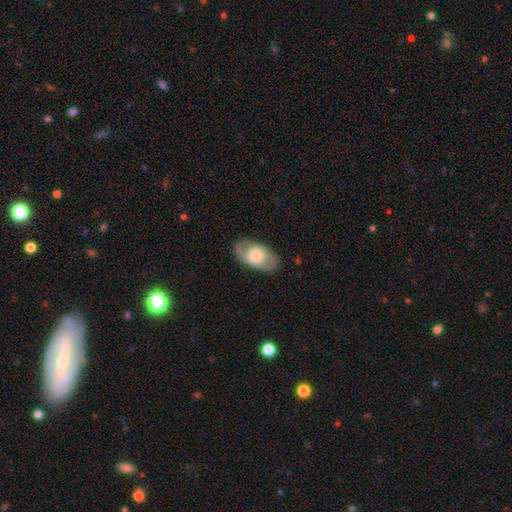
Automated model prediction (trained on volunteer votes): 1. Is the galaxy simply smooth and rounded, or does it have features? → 50% featured or disk, 45% smooth, 6% star or artifact.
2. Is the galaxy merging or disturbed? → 80% none, 13% minor disturbance, 5% major disturbance, 1% merger.